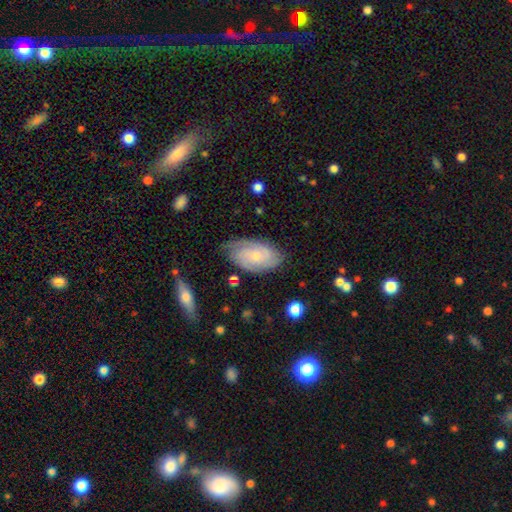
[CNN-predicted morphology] This is likely a featured or disk galaxy (68%). It is clearly not viewed edge-on (95%). Bar: likely no (71%). Spiral arm pattern: clearly yes (92%). Spiral arm count: marginally 2 (41%). Spiral winding: possibly tight (60%). Central bulge: likely small (69%). Merging: likely none (71%).